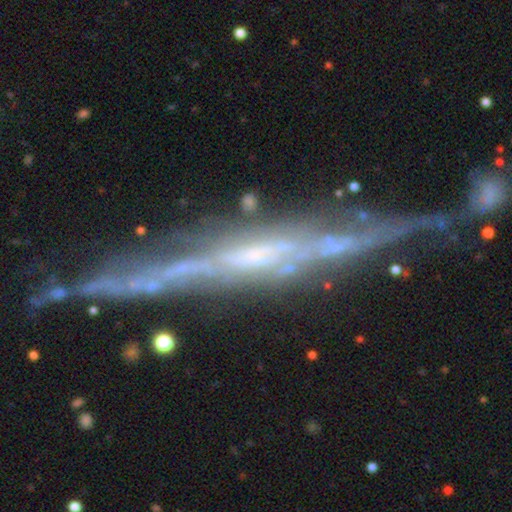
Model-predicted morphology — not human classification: Overall: featured or disk (77%). Edge-on disk: yes (95%). Edge-on bulge: none (51%; rounded 36%). Merging: none (80%).